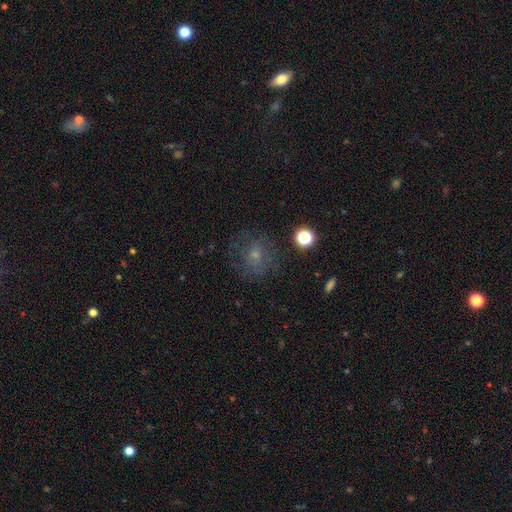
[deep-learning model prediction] This is possibly a smooth galaxy (46%). Merging: likely none (67%).